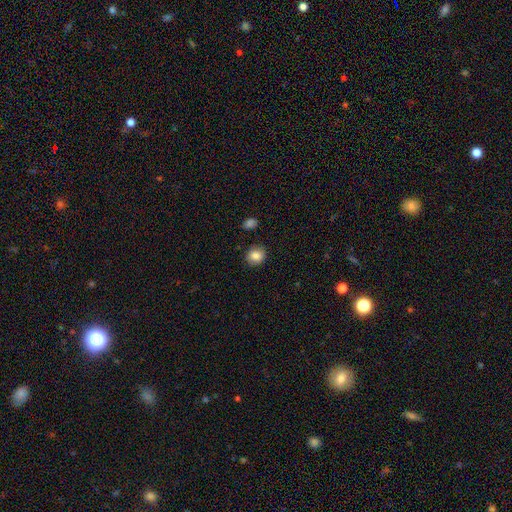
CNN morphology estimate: Q: Smooth or featured?
A: smooth (84%); runner-up: star or artifact (9%)
Q: How rounded?
A: round (77%); runner-up: in between (22%)
Q: Merging?
A: none (88%); runner-up: minor disturbance (8%)